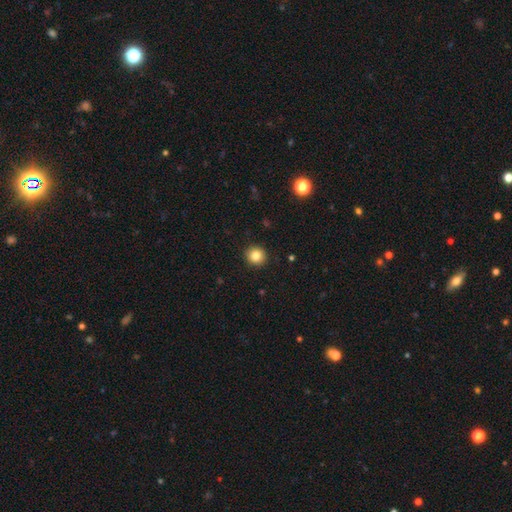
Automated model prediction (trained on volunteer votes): smooth 84%, star or artifact 10%, featured or disk 6%. Down the decision tree: how rounded — round (91%); merging — none (92%).